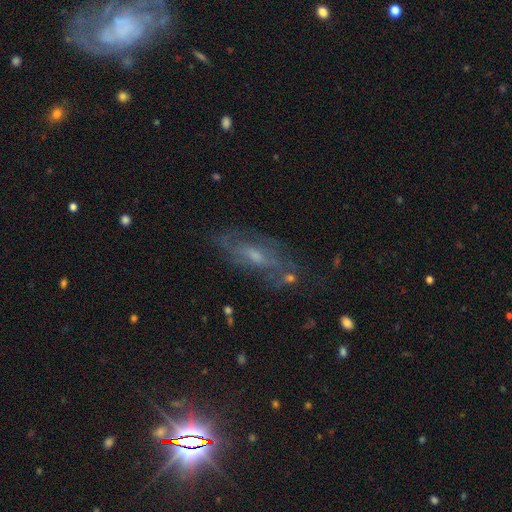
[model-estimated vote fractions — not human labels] Smooth or featured: featured or disk — 64% (smooth — 23%)
Edge-on disk: no — 81% (yes — 19%)
Bar: no — 48% (weak — 41%)
Spiral arms: yes — 69% (no — 31%)
Bulge size: small — 45% (moderate — 41%)
Merging: none — 65% (minor disturbance — 20%)